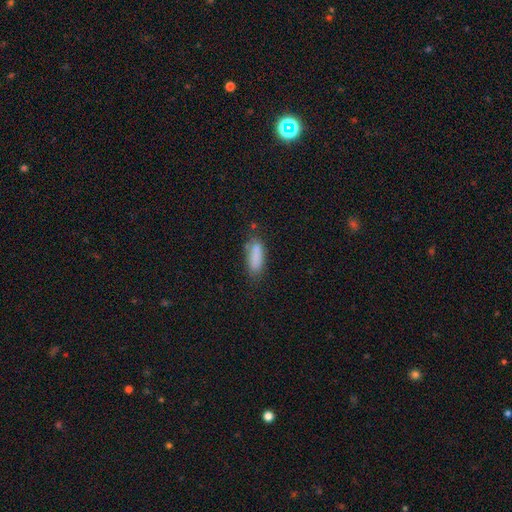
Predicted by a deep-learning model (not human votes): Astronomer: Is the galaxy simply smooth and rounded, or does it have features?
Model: smooth — 82%.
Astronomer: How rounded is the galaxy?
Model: in between — 67%.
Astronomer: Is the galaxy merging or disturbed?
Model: none — 62%.